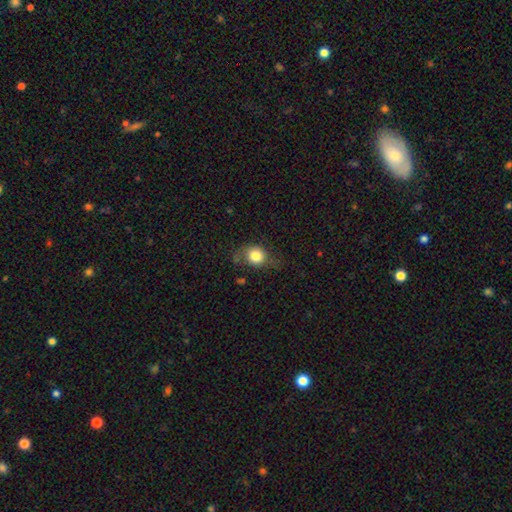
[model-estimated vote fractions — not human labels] Smooth or featured: smooth — 76% (featured or disk — 14%)
How rounded: round — 68% (in between — 30%)
Merging: none — 55% (minor disturbance — 27%)